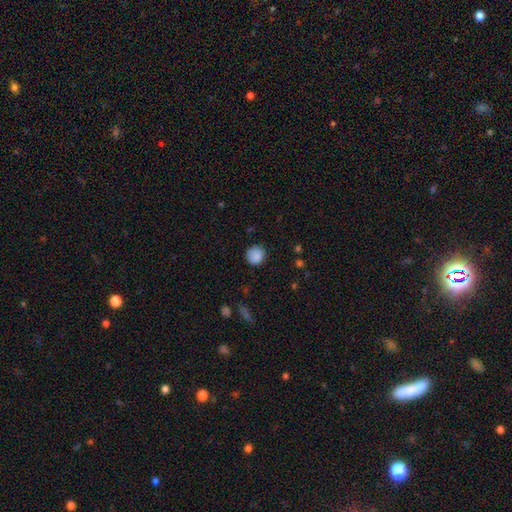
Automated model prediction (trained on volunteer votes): This appears to be a smooth galaxy with no disk features (87%) that is round (91%). Merging: none (84%).